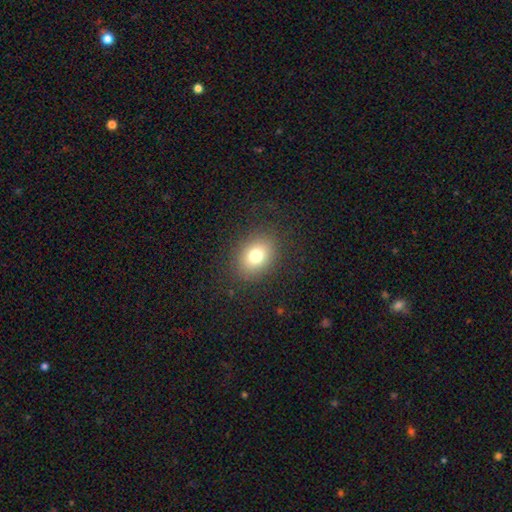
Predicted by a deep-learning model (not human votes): The model was most divided on "how rounded": in between: 55%, round: 44%, cigar-shaped: 1%. More confident: merging — none (85%); smooth or featured — smooth (77%).